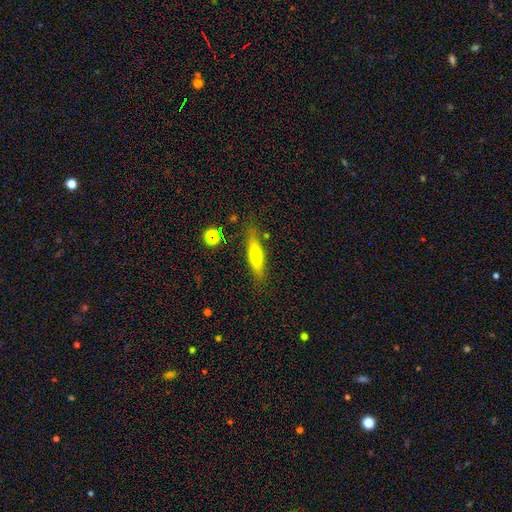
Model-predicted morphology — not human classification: A smooth galaxy with no disk features (60%) that is cigar-shaped (69%).

Vote fractions:
- Smooth or featured? smooth: 60% / featured or disk: 32% / star or artifact: 8%
- How rounded? cigar-shaped: 69% / in between: 29% / round: 3%
- Merging? none: 80% / minor disturbance: 14% / major disturbance: 3% / merger: 3%